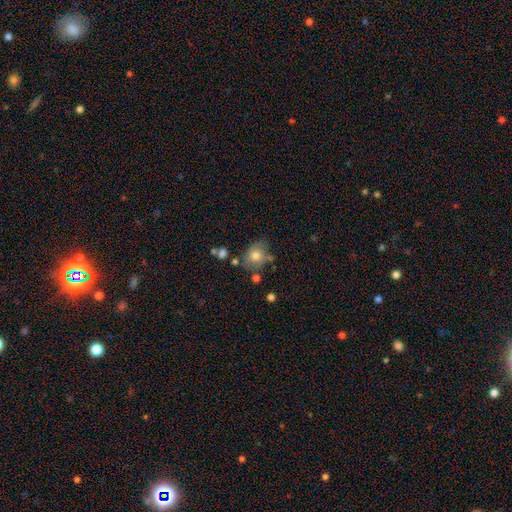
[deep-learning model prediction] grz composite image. It shows a smooth galaxy with no disk features (70%) that is round (54%). Merging: none (58%).